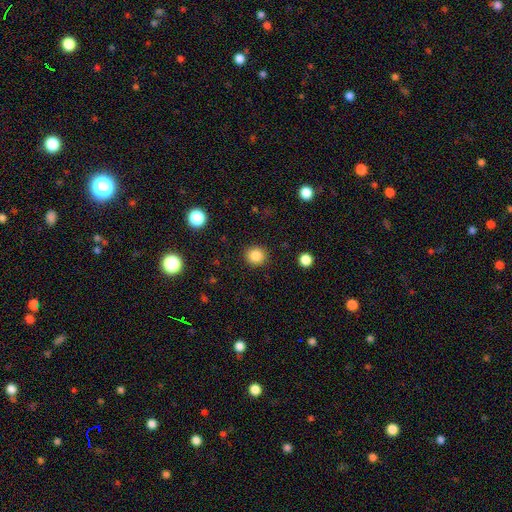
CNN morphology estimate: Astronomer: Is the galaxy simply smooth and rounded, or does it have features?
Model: smooth — 84%.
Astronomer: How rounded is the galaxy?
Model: round — 90%.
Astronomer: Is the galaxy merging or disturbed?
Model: none — 91%.